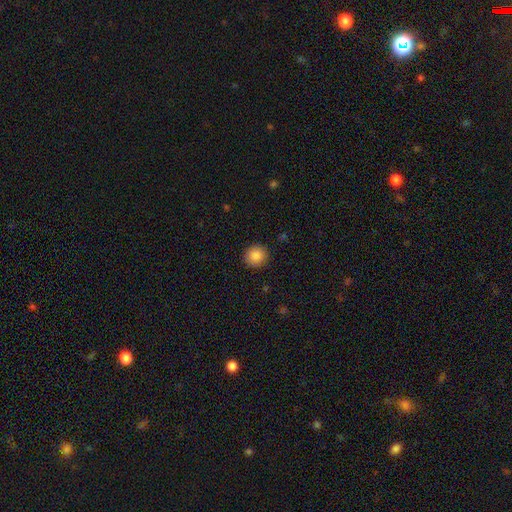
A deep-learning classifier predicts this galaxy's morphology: This is clearly a smooth galaxy (86%). How rounded: clearly round (90%). Merging: clearly none (91%).